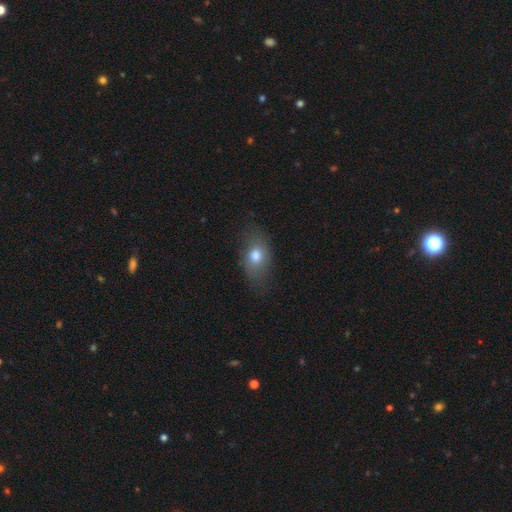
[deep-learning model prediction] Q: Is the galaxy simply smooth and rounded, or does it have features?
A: smooth — 75%.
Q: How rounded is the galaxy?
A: in between — 79%.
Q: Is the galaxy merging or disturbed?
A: none — 73%.